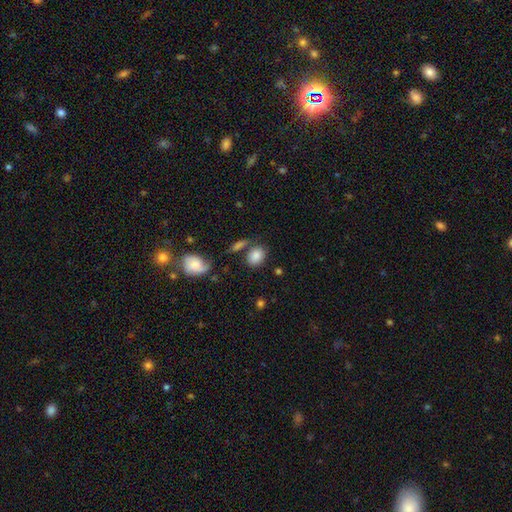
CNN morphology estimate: Smooth or featured: smooth — 82% (featured or disk — 9%)
How rounded: in between — 62% (round — 36%)
Merging: none — 62% (minor disturbance — 16%)